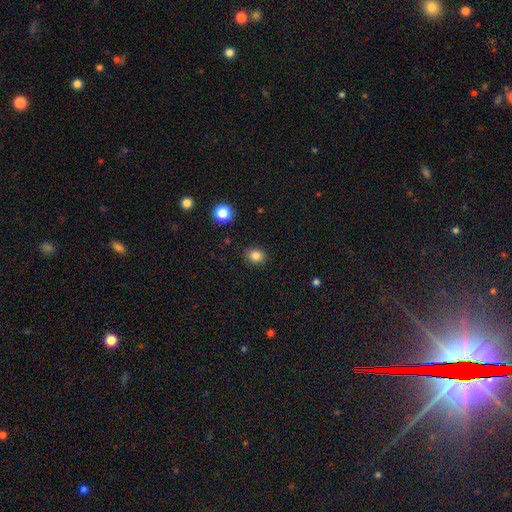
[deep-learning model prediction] This is clearly a smooth galaxy (83%). How rounded: likely round (61%). Merging: clearly none (89%).